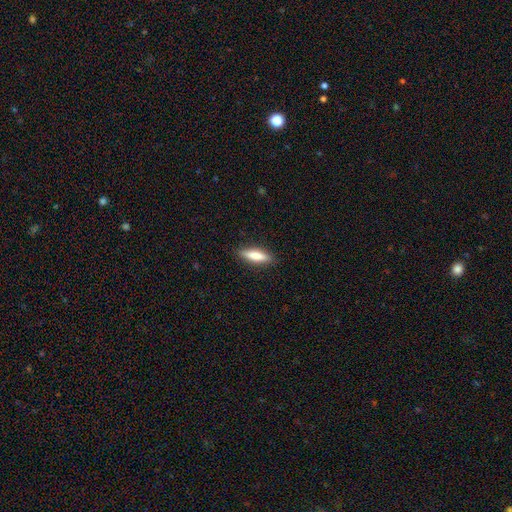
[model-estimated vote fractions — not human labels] A smooth galaxy with no disk features (78%) that is cigar-shaped (61%). Merging: none (89%).